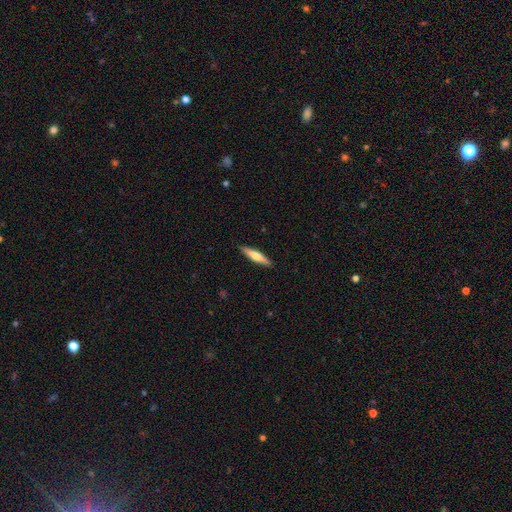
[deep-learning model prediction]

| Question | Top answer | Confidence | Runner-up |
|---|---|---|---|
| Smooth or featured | smooth | 56% | featured or disk (39%) |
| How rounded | cigar-shaped | 84% | in between (15%) |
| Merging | none | 90% | minor disturbance (7%) |